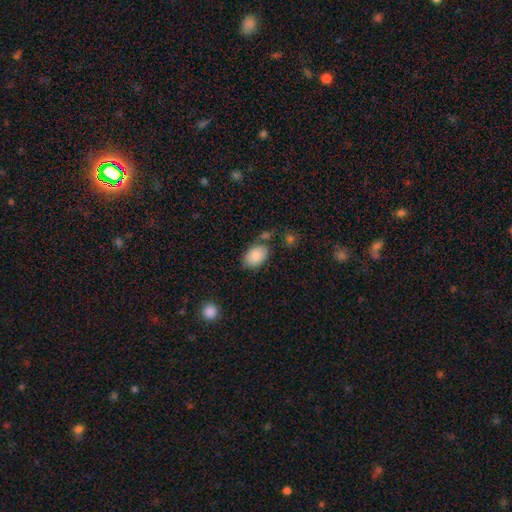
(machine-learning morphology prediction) type=smooth (86%); roundness=in between (87%); merging=none (72%).